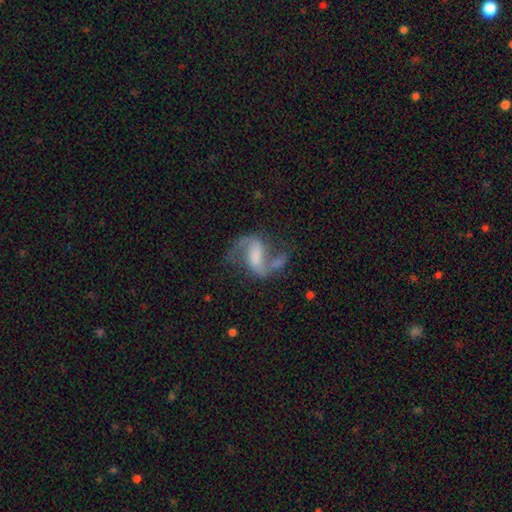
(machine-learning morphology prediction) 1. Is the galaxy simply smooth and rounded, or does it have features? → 85% featured or disk, 9% smooth, 6% star or artifact.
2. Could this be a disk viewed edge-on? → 97% no, 3% yes.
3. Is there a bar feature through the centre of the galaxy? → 42% weak, 34% strong, 24% no.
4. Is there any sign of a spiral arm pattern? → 95% yes, 5% no.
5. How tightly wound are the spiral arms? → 62% loose, 33% medium, 6% tight.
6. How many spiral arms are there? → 92% 2, 3% 1, 2% can't tell, 1% 3, 1% 4, 1% more than 4.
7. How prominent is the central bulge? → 33% none, 27% moderate, 23% small, 15% large, 2% dominant.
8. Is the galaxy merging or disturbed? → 56% none, 17% minor disturbance, 15% major disturbance, 11% merger.